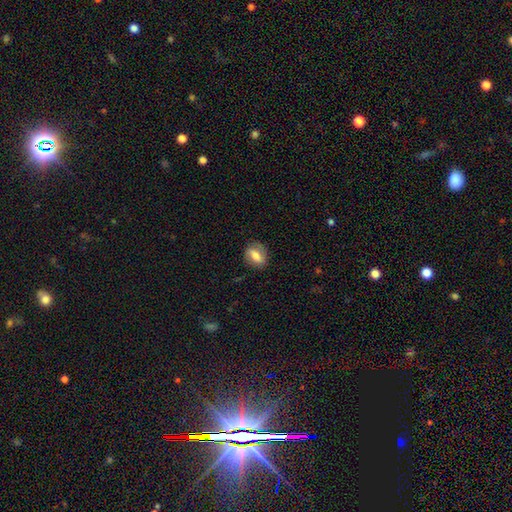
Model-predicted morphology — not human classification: Smooth or featured? smooth (60%)
How rounded? in between (73%)
Merging? none (76%)